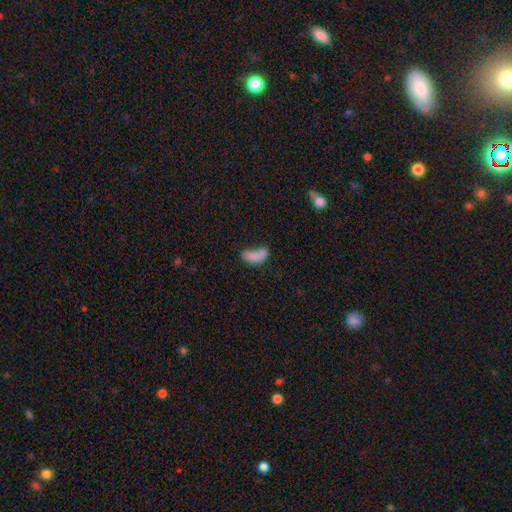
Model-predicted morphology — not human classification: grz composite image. It shows a smooth galaxy with no disk features (74%) that is in between round and cigar-shaped (81%). Merging: none (31%).